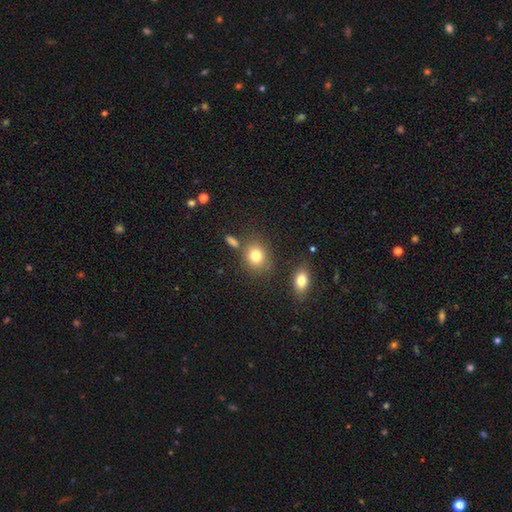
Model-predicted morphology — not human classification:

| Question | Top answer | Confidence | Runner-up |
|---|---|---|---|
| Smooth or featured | smooth | 81% | star or artifact (11%) |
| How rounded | round | 63% | in between (36%) |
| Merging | none | 73% | minor disturbance (12%) |